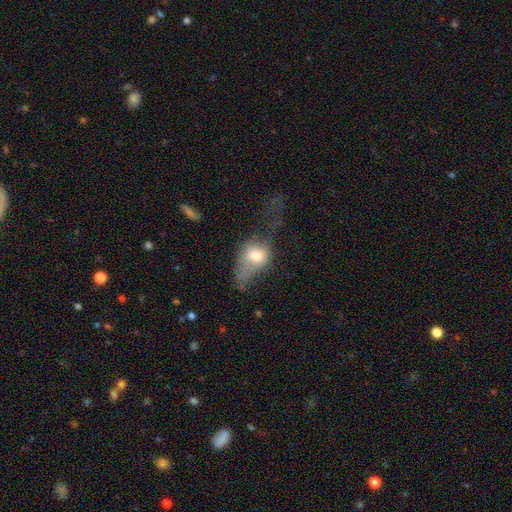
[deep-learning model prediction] Smooth or featured: smooth — 65% (featured or disk — 26%)
How rounded: in between — 64% (round — 32%)
Merging: major disturbance — 54% (minor disturbance — 22%)